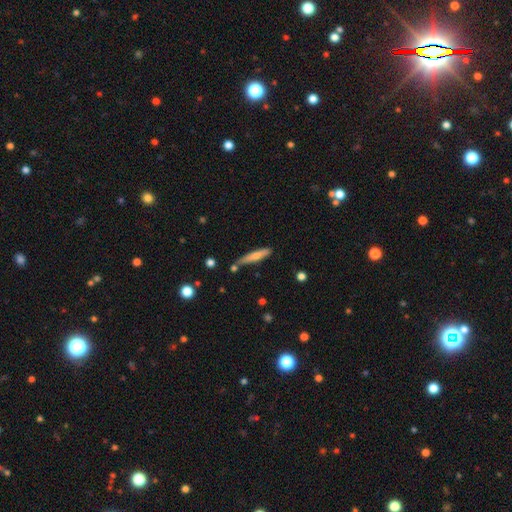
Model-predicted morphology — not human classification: The model was most divided on "smooth or featured": smooth: 65%, featured or disk: 29%, star or artifact: 6%. More confident: how rounded — cigar-shaped (89%); merging — none (65%).